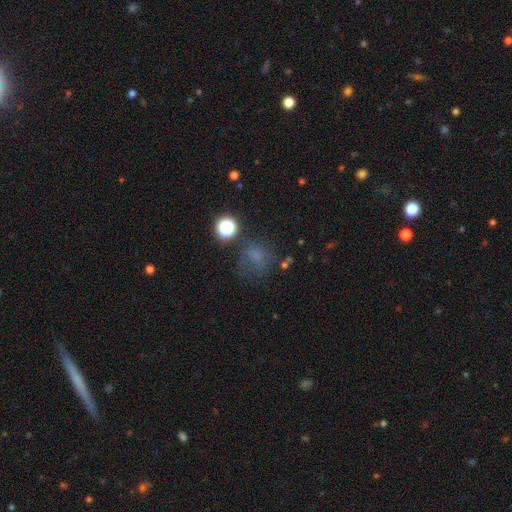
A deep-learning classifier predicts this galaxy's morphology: Smooth or featured: smooth — 57% (star or artifact — 27%)
How rounded: round — 71% (in between — 27%)
Merging: none — 51% (major disturbance — 22%)